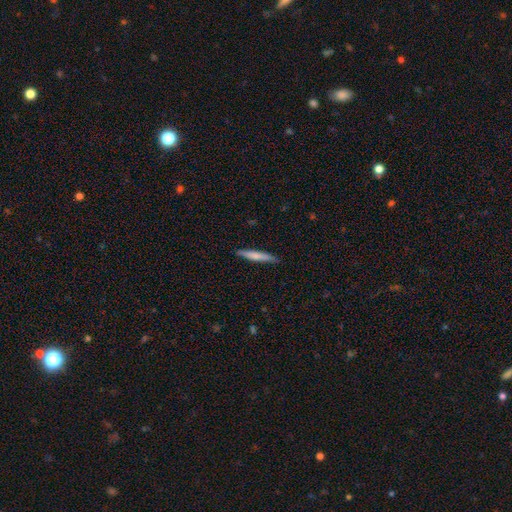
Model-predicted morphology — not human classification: smooth-or-featured: smooth: 67% | featured or disk: 27% | star or artifact: 5%
  how-rounded: cigar-shaped: 93% | in between: 5% | round: 1%
  merging: none: 87% | minor disturbance: 10% | major disturbance: 2% | merger: 1%